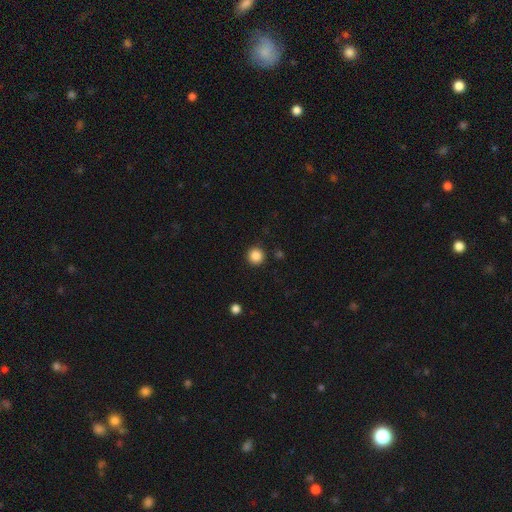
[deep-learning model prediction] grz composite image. It shows a smooth galaxy with no disk features (87%) that is round (96%). Merging: none (92%).